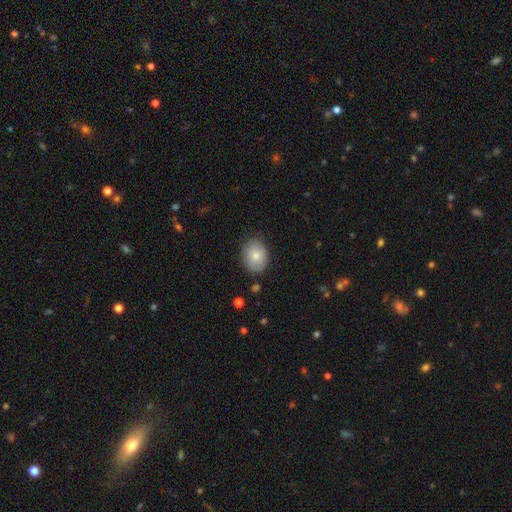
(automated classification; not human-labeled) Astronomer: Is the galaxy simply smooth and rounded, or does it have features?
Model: smooth — 79%.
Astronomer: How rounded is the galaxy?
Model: in between — 62% (runner-up: round, 37%).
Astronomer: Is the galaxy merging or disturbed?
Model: none — 82%.